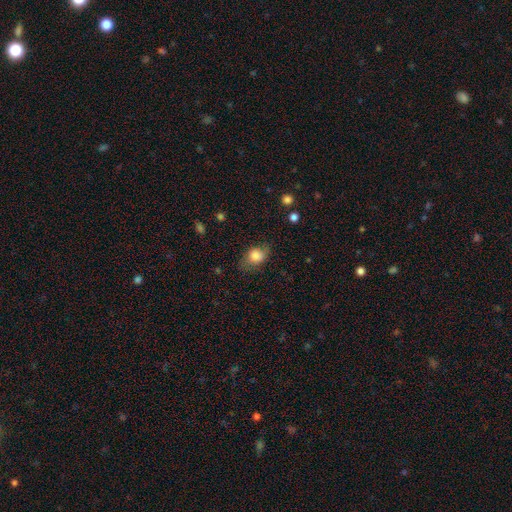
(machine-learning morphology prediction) Smooth or featured?
  - smooth: 80% *
  - featured or disk: 12%
  - star or artifact: 8%
How rounded?
  - in between: 66% *
  - round: 32%
  - cigar-shaped: 2%
Merging?
  - none: 66% *
  - minor disturbance: 24%
  - major disturbance: 9%
  - merger: 1%